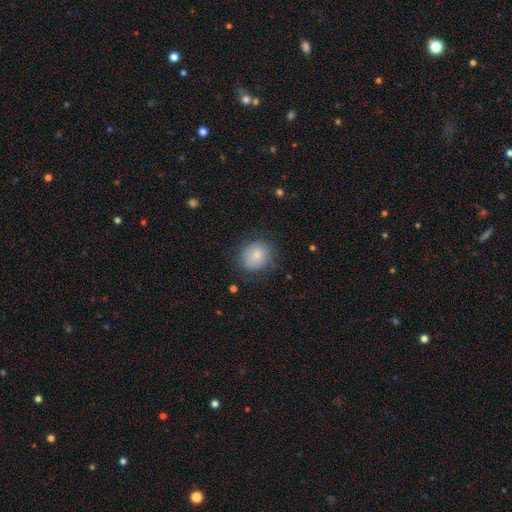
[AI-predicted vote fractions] Smooth or featured: smooth — 81% (featured or disk — 11%)
How rounded: round — 74% (in between — 26%)
Merging: none — 74% (minor disturbance — 19%)